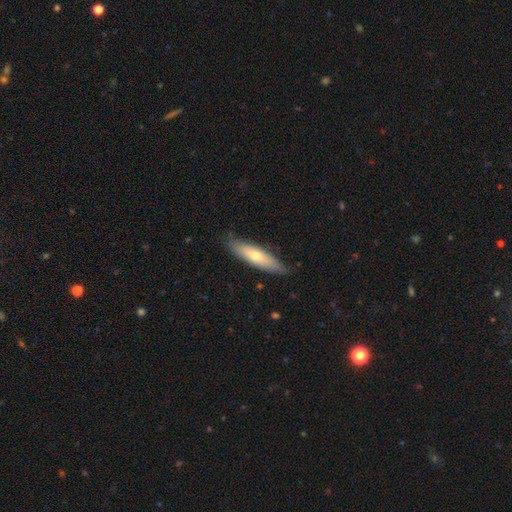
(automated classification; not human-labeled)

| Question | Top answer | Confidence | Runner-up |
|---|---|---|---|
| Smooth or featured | smooth | 59% | featured or disk (36%) |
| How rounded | cigar-shaped | 68% | in between (31%) |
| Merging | none | 82% | minor disturbance (14%) |